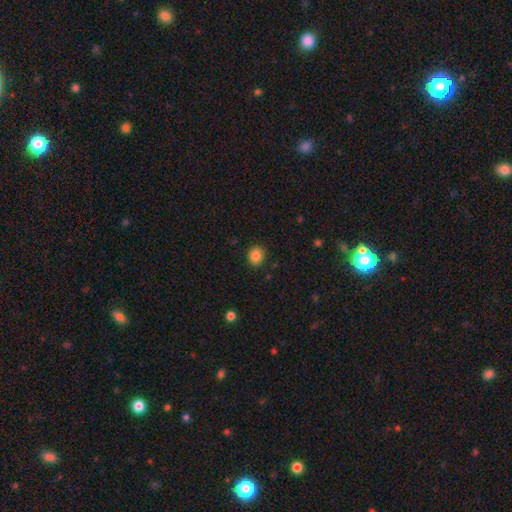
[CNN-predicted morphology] The model was most divided on "how rounded": round: 72%, in between: 27%, cigar-shaped: 1%. More confident: merging — none (89%); smooth or featured — smooth (86%).